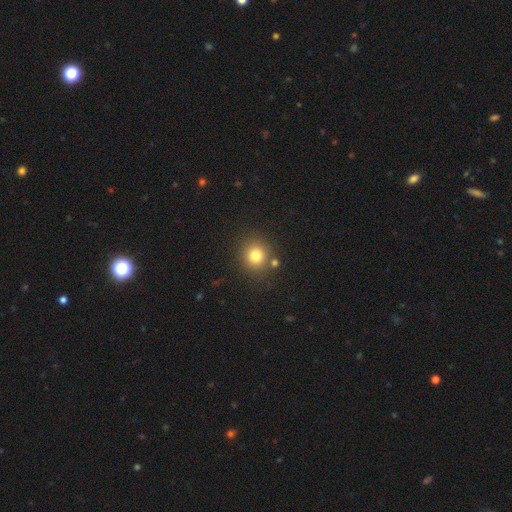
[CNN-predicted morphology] smooth_or_featured: smooth (p=0.79) [alt: star or artifact p=0.14]
how_rounded: round (p=0.88) [alt: in between p=0.11]
merging: none (p=0.81) [alt: merger p=0.08]